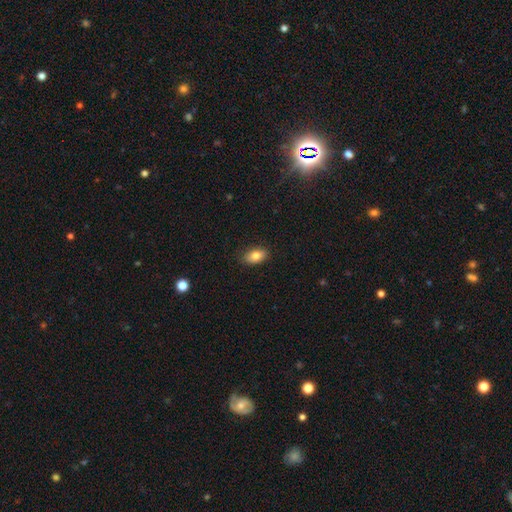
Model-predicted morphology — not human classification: Smooth or featured? smooth (82%)
How rounded? in between (89%)
Merging? none (86%)